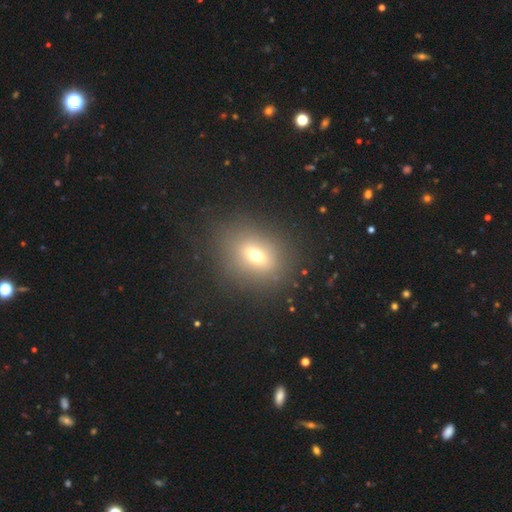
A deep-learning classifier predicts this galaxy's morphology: Q: Smooth or featured?
A: smooth (64%); runner-up: star or artifact (19%)
Q: How rounded?
A: round (53%); runner-up: in between (45%)
Q: Merging?
A: none (81%); runner-up: minor disturbance (10%)